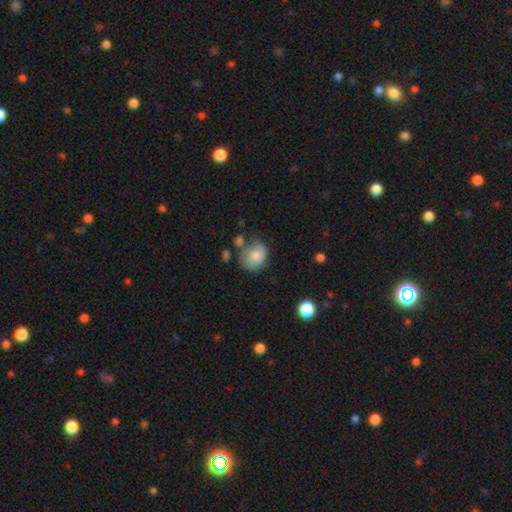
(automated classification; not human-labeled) This appears to be a smooth galaxy with no disk features (73%) that is round (57%). Merging: none (40%).